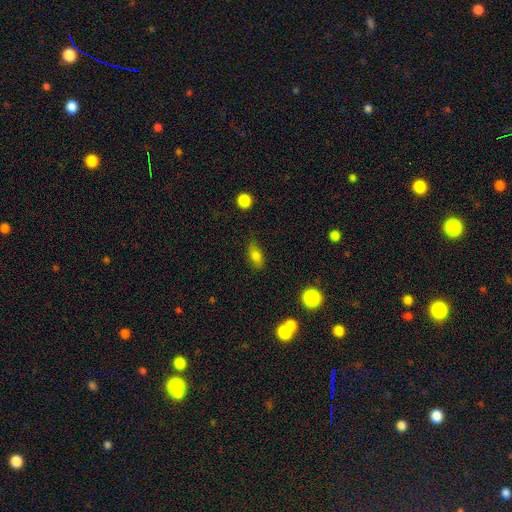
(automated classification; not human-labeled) Smooth or featured? Predicted: smooth (p=0.77). How rounded? Predicted: in between (p=0.82). Merging? Predicted: none (p=0.77).